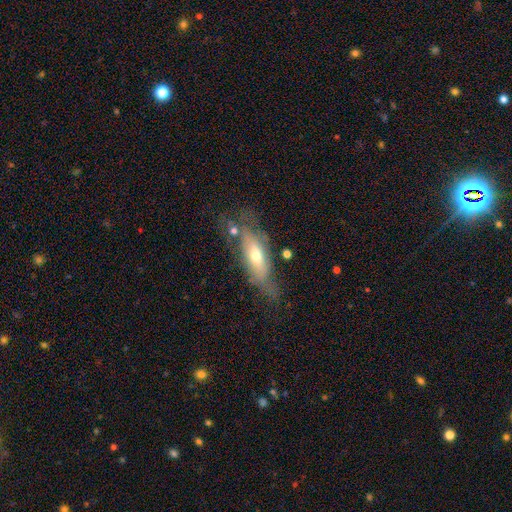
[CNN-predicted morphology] The model was most divided on "smooth or featured": featured or disk: 51%, smooth: 42%, star or artifact: 7%. More confident: edge-on disk — no (60%); merging — none (52%).